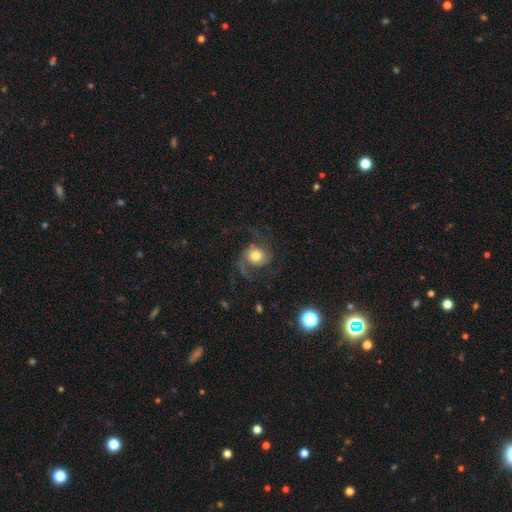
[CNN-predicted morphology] Smooth or featured? Predicted: featured or disk (p=0.74). Edge-on disk? Predicted: no (p=0.98). Bar? Predicted: no (p=0.74). Spiral arms? Predicted: yes (p=0.94). Spiral winding? Predicted: loose (p=0.47). Spiral arm count? Predicted: 2 (p=0.74). Bulge size? Predicted: moderate (p=0.60). Merging? Predicted: none (p=0.62).